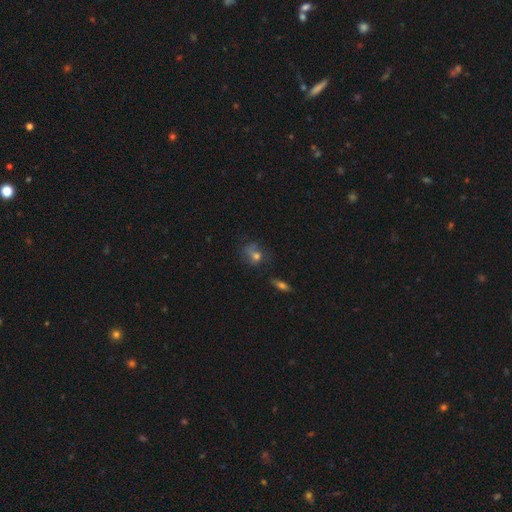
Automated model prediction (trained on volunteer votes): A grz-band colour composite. It shows a smooth galaxy with no disk features (52%) that is round (51%). Merging: none (46%).